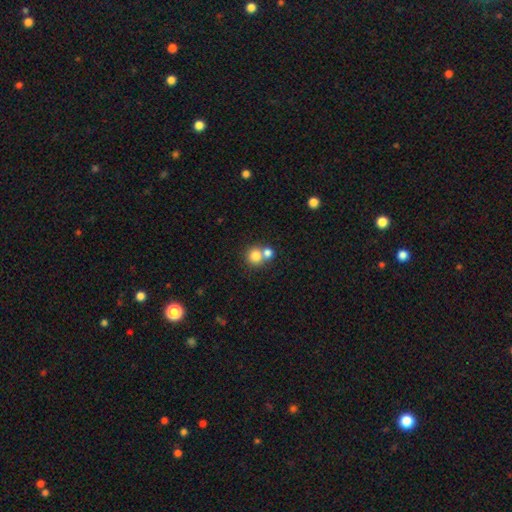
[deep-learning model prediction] Smooth or featured? smooth (80%)
How rounded? round (88%)
Merging? none (46%)